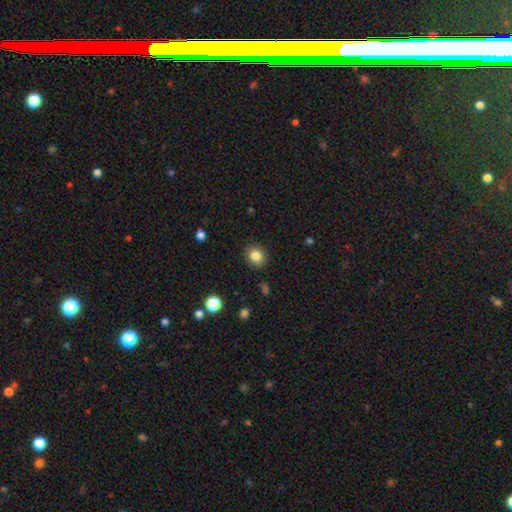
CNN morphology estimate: Smooth or featured?
  - smooth: 83% *
  - star or artifact: 11%
  - featured or disk: 6%
How rounded?
  - round: 74% *
  - in between: 25%
  - cigar-shaped: 1%
Merging?
  - none: 89% *
  - minor disturbance: 7%
  - major disturbance: 2%
  - merger: 1%